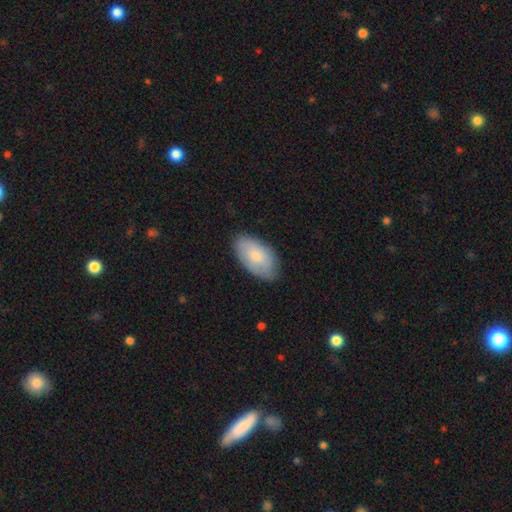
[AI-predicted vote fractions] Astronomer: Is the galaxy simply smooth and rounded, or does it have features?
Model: smooth — 68%.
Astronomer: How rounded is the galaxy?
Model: in between — 94%.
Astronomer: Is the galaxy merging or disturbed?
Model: none — 76%.